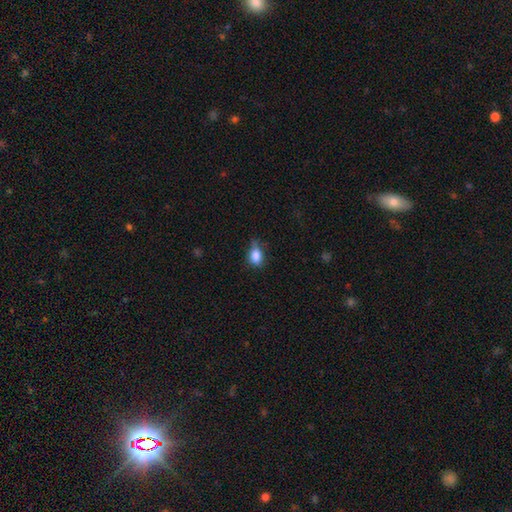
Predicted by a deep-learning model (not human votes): Morphology: type=smooth (84%); roundness=in between (74%); merging=none (46%).